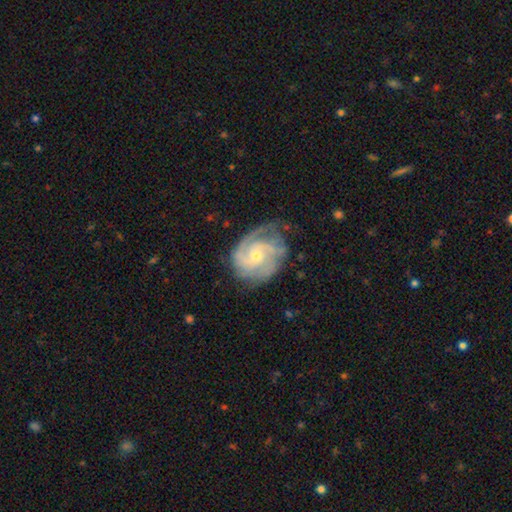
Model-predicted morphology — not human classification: featured or disk 86%, smooth 9%, star or artifact 5%. Down the decision tree: edge-on disk — no (98%); bar — no (68%); spiral arms — yes (97%); spiral arm count — 2 (37%); spiral winding — tight (54%); bulge size — small (60%); merging — none (64%).